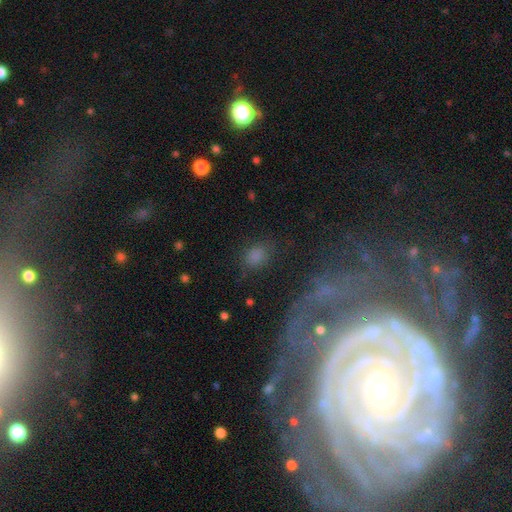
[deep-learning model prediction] This appears to be a smooth galaxy with no disk features (76%) that is in between round and cigar-shaped (60%). Merging: none (74%).